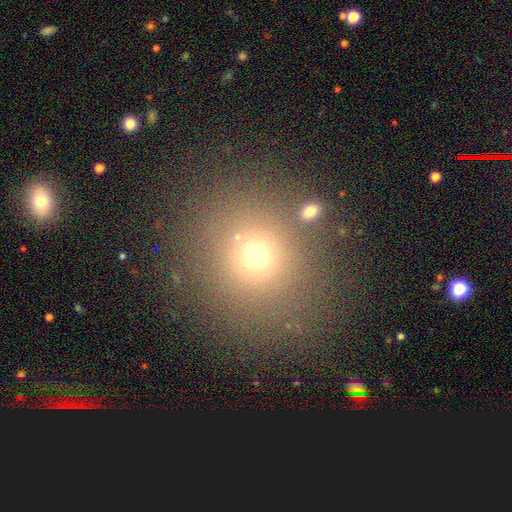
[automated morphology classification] Overall: smooth (67%). How rounded: round (85%). Merging: none (83%).